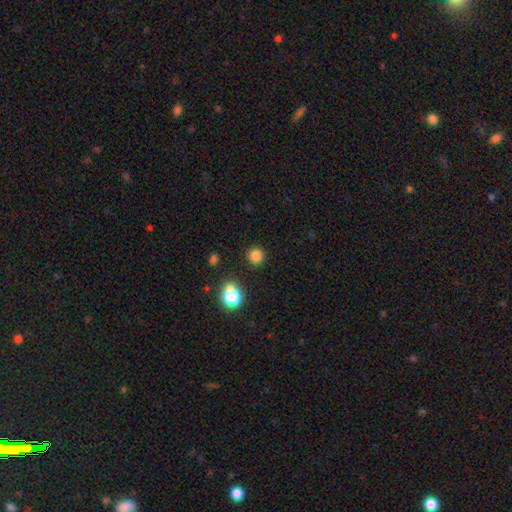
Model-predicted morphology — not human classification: Smooth or featured? Predicted: smooth (p=0.82). How rounded? Predicted: round (p=0.92). Merging? Predicted: none (p=0.88).